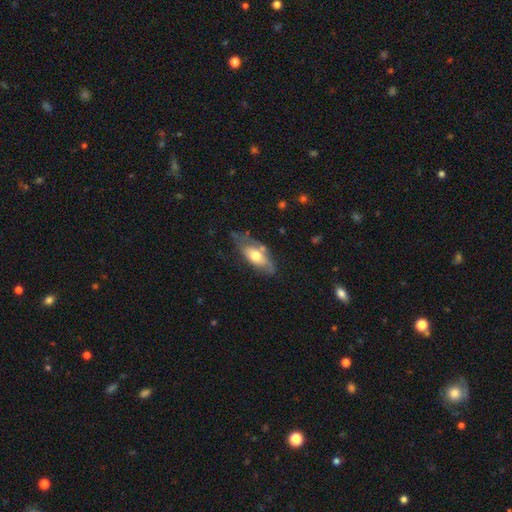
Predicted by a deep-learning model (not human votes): smooth 51%, featured or disk 43%, star or artifact 6%. Down the decision tree: how rounded — in between (81%); merging — none (51%).